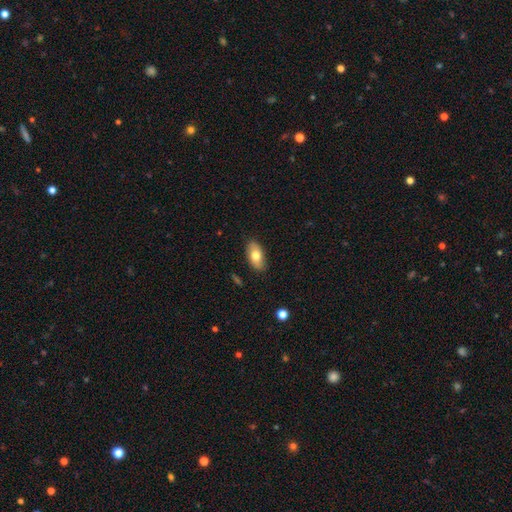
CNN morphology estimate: The model was most divided on "smooth or featured": smooth: 75%, featured or disk: 19%, star or artifact: 7%. More confident: how rounded — in between (92%); merging — none (86%).